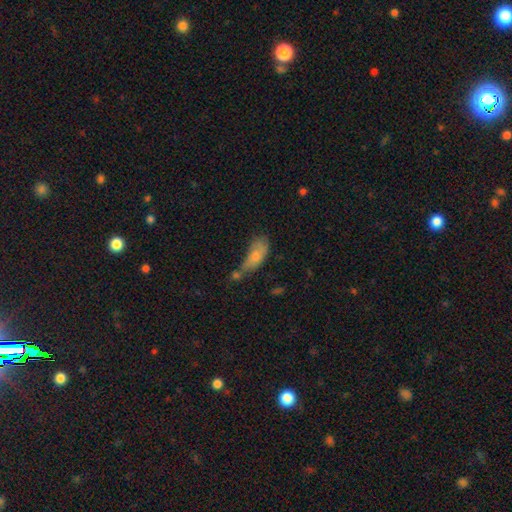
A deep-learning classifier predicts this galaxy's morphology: smooth_or_featured: smooth (p=0.71) [alt: featured or disk p=0.20]
how_rounded: in between (p=0.82) [alt: cigar-shaped p=0.13]
merging: merger (p=0.31) [alt: minor disturbance p=0.25]